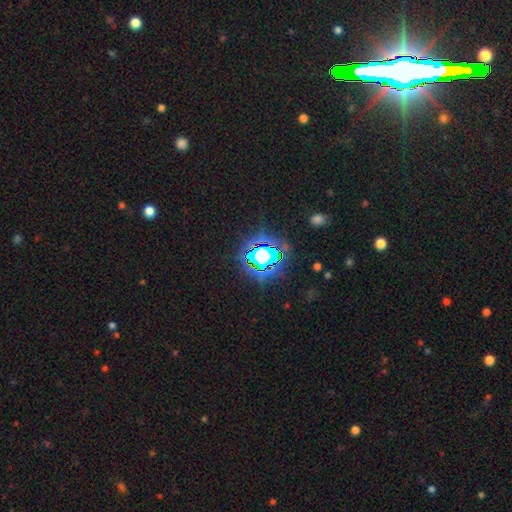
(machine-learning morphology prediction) type=star or artifact (70%).